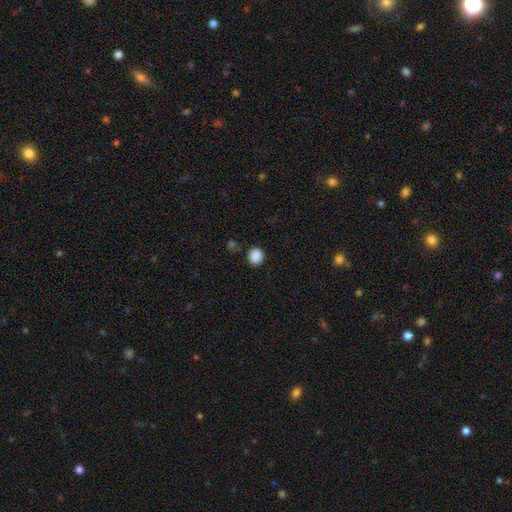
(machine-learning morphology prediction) A smooth galaxy with no disk features (88%) that is round (81%). Merging: none (84%).